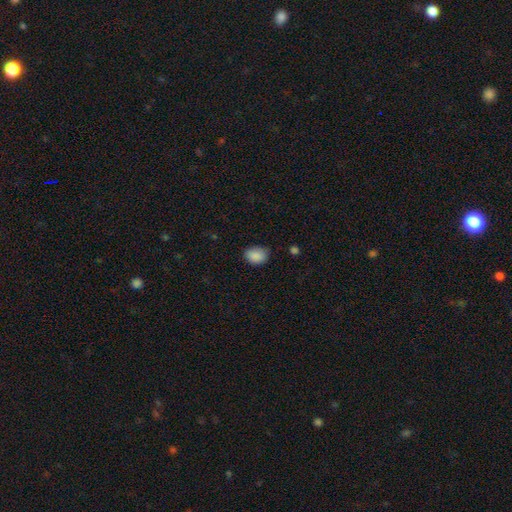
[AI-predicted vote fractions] This appears to be a smooth galaxy with no disk features (88%) that is in between round and cigar-shaped (69%). Merging: none (76%).